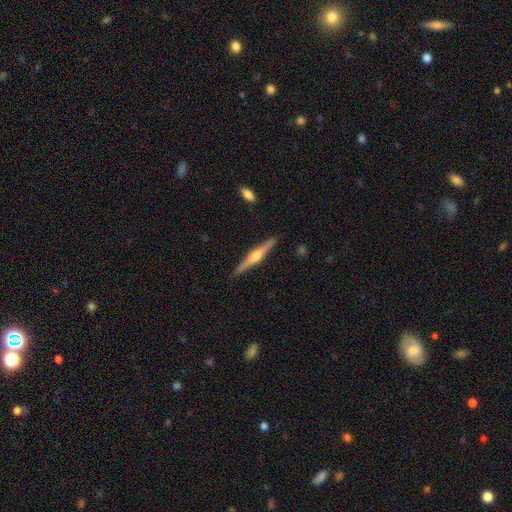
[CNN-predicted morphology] This is likely a featured or disk galaxy (72%). It is clearly viewed edge-on (98%). Edge-on bulge: clearly rounded (92%). Merging: clearly none (90%).